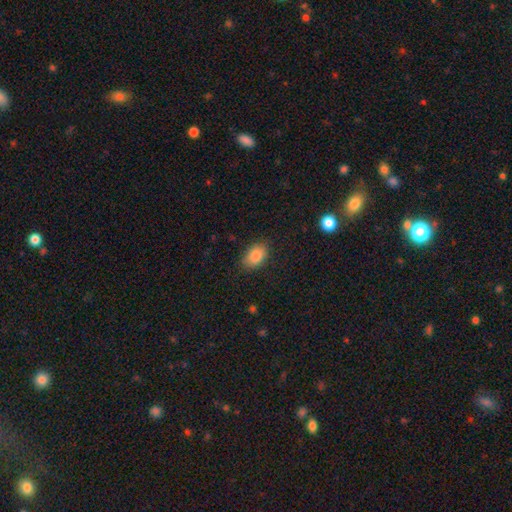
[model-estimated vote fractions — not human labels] The model was most divided on "merging": none: 84%, minor disturbance: 12%, major disturbance: 3%, merger: 1%. More confident: how rounded — in between (89%); smooth or featured — smooth (87%).